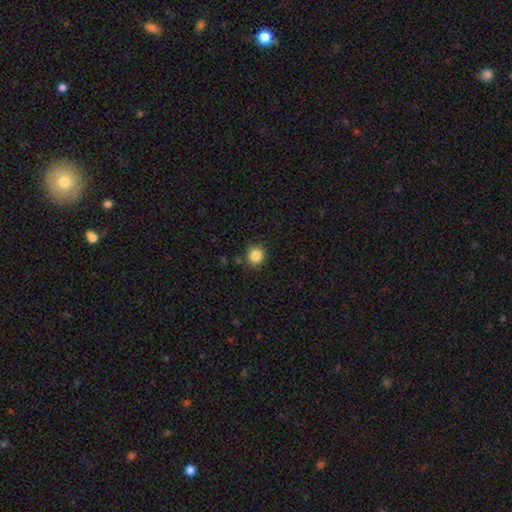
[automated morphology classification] Smooth or featured: smooth — 86% (star or artifact — 10%)
How rounded: round — 91% (in between — 8%)
Merging: none — 87% (minor disturbance — 9%)